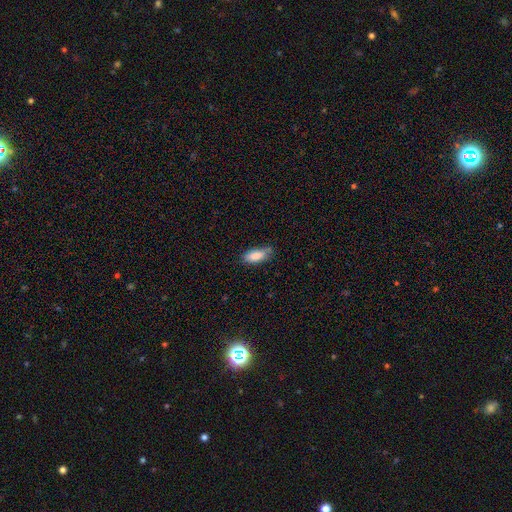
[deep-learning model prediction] This appears to be a smooth galaxy with no disk features (85%) that is in between round and cigar-shaped (77%). Merging: none (62%).